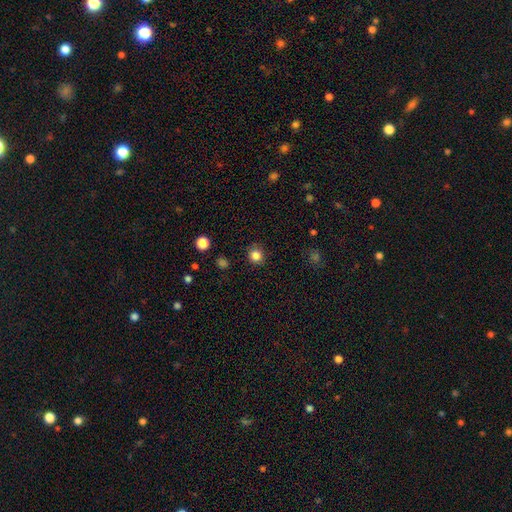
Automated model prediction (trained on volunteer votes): smooth 84%, star or artifact 12%, featured or disk 4%. Down the decision tree: how rounded — round (89%); merging — none (88%).